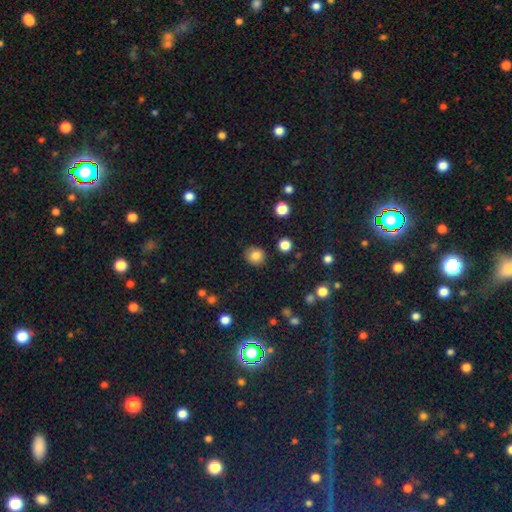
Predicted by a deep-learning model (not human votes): Q: Smooth or featured?
A: smooth (83%); runner-up: star or artifact (11%)
Q: How rounded?
A: round (86%); runner-up: in between (14%)
Q: Merging?
A: none (89%); runner-up: minor disturbance (7%)